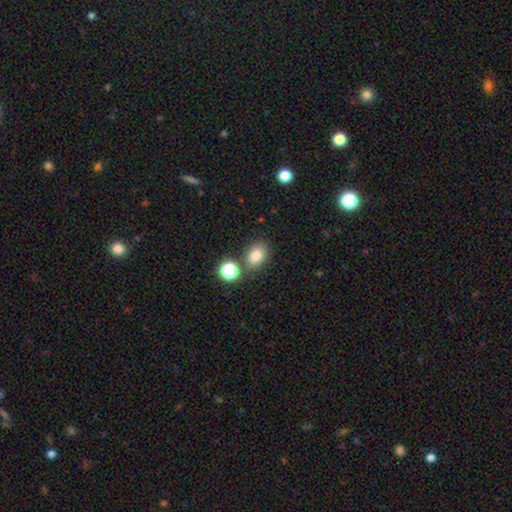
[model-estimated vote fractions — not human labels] This appears to be a smooth galaxy with no disk features (80%) that is in between round and cigar-shaped (64%). Merging: none (76%).